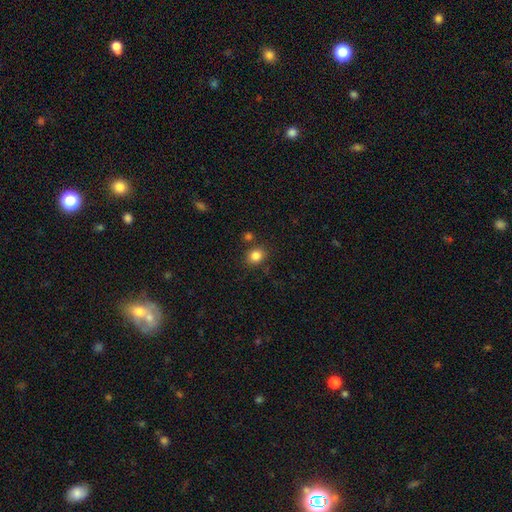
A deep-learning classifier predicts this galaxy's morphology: This appears to be a smooth galaxy with no disk features (83%) that is round (68%). Merging: none (79%).